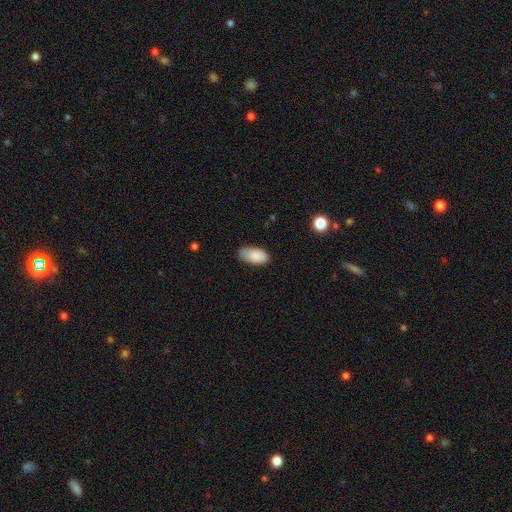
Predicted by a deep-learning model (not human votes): Smooth or featured: smooth — 88% (star or artifact — 7%)
How rounded: in between — 95% (round — 3%)
Merging: none — 76% (minor disturbance — 19%)